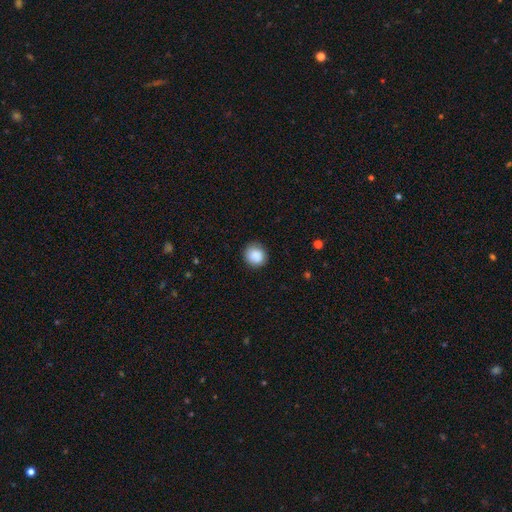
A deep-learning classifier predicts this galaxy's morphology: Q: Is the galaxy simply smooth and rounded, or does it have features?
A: smooth — 88%.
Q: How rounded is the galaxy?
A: round — 88%.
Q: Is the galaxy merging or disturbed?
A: none — 86%.